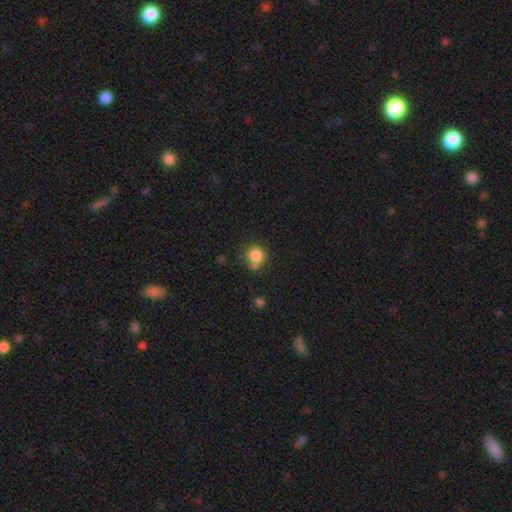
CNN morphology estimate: Smooth or featured? smooth (82%)
How rounded? round (86%)
Merging? none (58%)